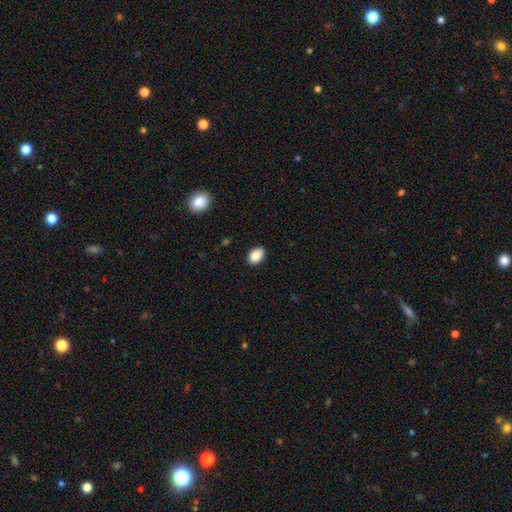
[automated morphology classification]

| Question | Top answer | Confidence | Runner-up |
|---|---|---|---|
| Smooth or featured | smooth | 88% | star or artifact (8%) |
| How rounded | in between | 89% | round (10%) |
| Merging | none | 89% | minor disturbance (8%) |